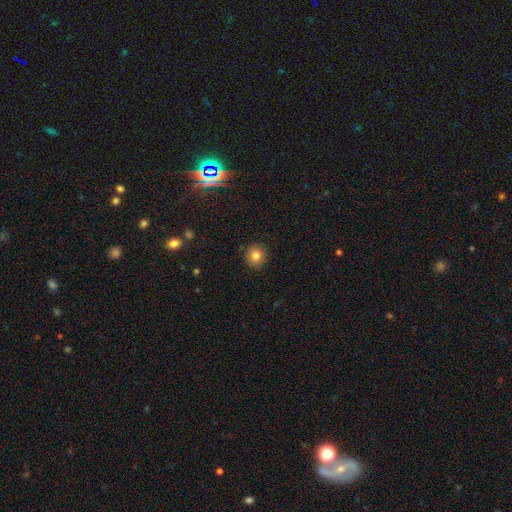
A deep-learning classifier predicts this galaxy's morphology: smooth 81%, star or artifact 12%, featured or disk 7%. Down the decision tree: how rounded — round (86%); merging — none (90%).